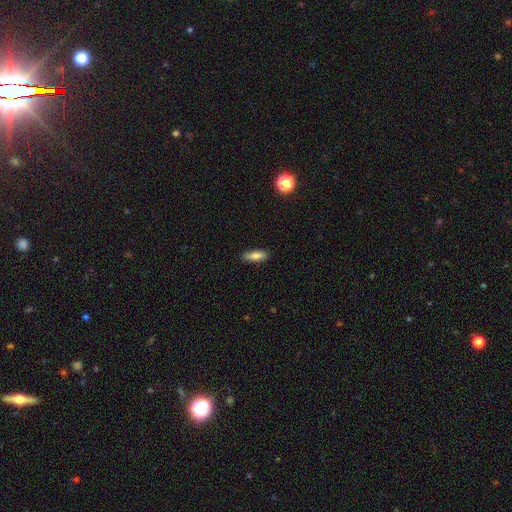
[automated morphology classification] smooth_or_featured: smooth (p=0.82) [alt: featured or disk p=0.11]
how_rounded: in between (p=0.57) [alt: cigar-shaped p=0.40]
merging: none (p=0.86) [alt: minor disturbance p=0.10]